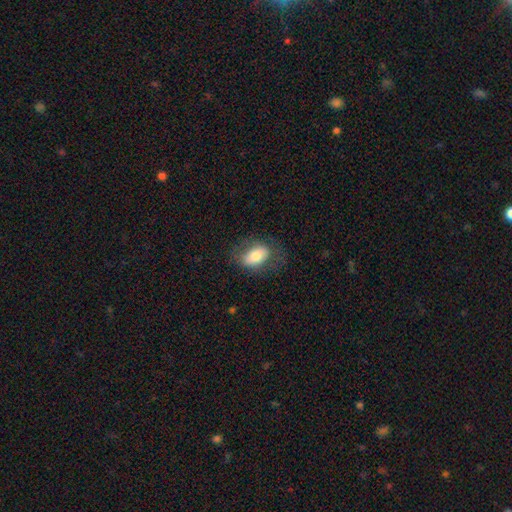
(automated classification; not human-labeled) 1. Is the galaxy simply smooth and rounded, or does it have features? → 72% smooth, 20% featured or disk, 7% star or artifact.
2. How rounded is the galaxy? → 88% in between, 10% round, 2% cigar-shaped.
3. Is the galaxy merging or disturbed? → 69% none, 19% minor disturbance, 11% major disturbance, 1% merger.